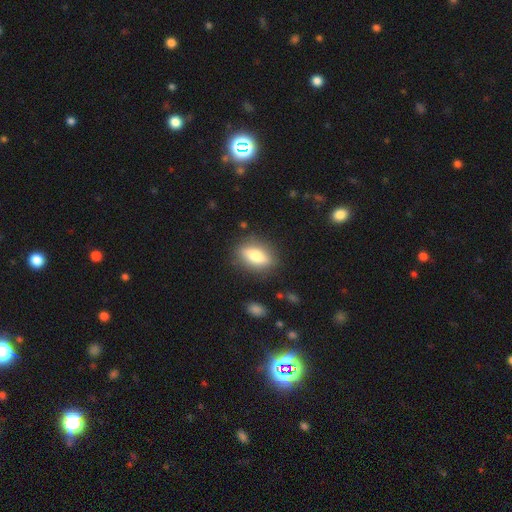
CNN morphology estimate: smooth_or_featured: smooth (p=0.65) [alt: featured or disk p=0.27]
how_rounded: in between (p=0.74) [alt: cigar-shaped p=0.17]
merging: none (p=0.84) [alt: minor disturbance p=0.11]